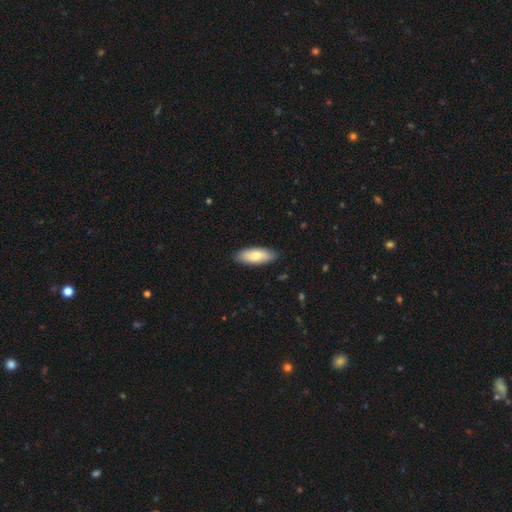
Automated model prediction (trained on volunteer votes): This appears to be a smooth galaxy with no disk features (74%) that is in between round and cigar-shaped (78%). Merging: none (87%).